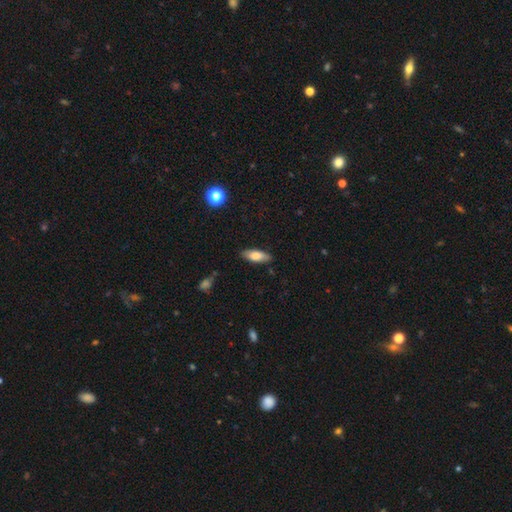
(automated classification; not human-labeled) smooth-or-featured: smooth: 75% | featured or disk: 18% | star or artifact: 7%
  how-rounded: in between: 70% | cigar-shaped: 28% | round: 2%
  merging: none: 84% | minor disturbance: 12% | major disturbance: 2% | merger: 1%